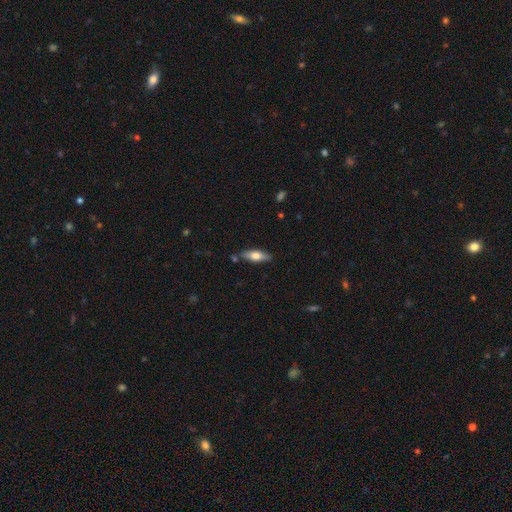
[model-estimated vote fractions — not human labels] This is possibly a smooth galaxy (59%). How rounded: possibly in between (55%). Merging: clearly none (81%).